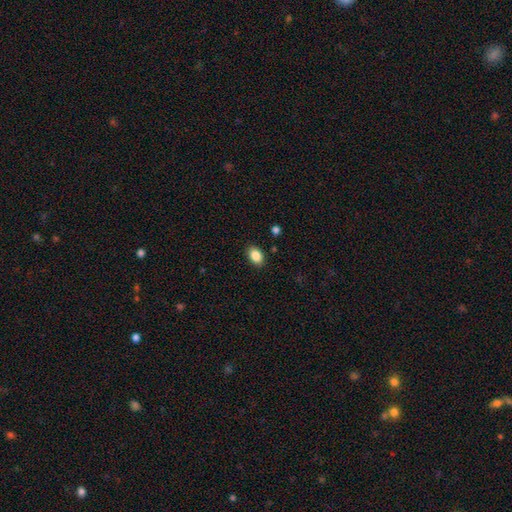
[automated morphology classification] smooth-or-featured: smooth: 87% | star or artifact: 8% | featured or disk: 5%
  how-rounded: in between: 83% | round: 16% | cigar-shaped: 1%
  merging: none: 88% | minor disturbance: 8% | major disturbance: 2% | merger: 1%